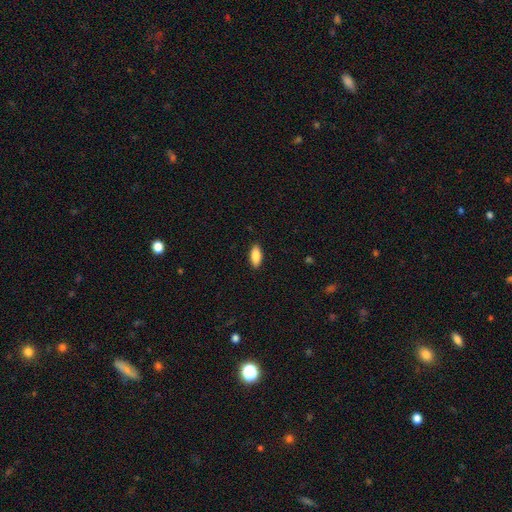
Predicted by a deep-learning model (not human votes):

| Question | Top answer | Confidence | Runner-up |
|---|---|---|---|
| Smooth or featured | smooth | 86% | featured or disk (8%) |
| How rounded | in between | 84% | cigar-shaped (14%) |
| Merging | none | 90% | minor disturbance (8%) |